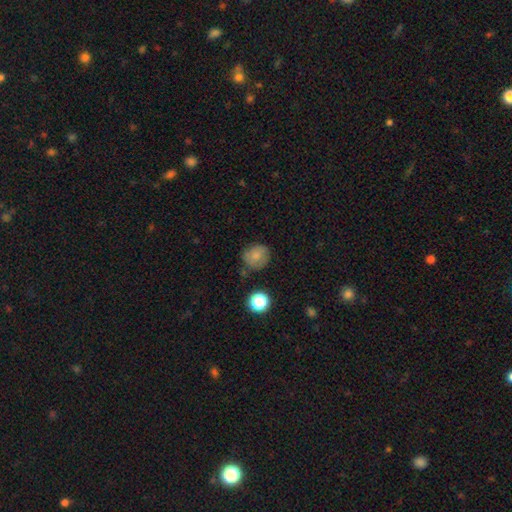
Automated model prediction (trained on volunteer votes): smooth 77%, featured or disk 12%, star or artifact 11%. Down the decision tree: how rounded — round (80%); merging — none (70%).